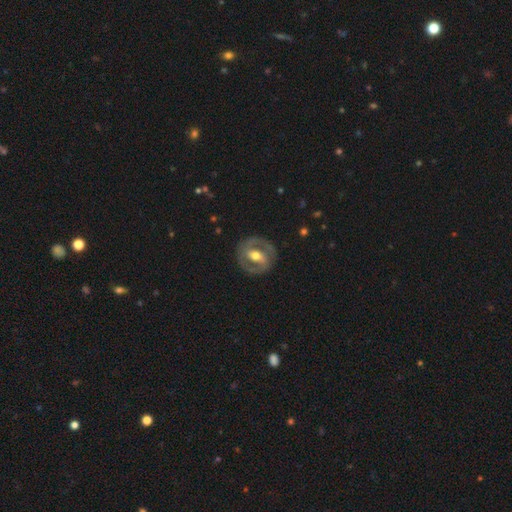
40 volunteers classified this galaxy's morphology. Q: Smooth or featured?
A: featured or disk (95%); runner-up: smooth (5%)
Q: Edge-on disk?
A: no (97%); runner-up: yes (3%)
Q: Bar?
A: weak (43%); runner-up: strong (41%)
Q: Spiral arms?
A: yes (70%); runner-up: no (30%)
Q: Spiral winding?
A: tight (58%); runner-up: medium (23%)
Q: Spiral arm count?
A: 2 (85%); runner-up: 1 (12%)
Q: Bulge size?
A: moderate (73%); runner-up: large (14%)
Q: Merging?
A: none (92%); runner-up: minor disturbance (2%)